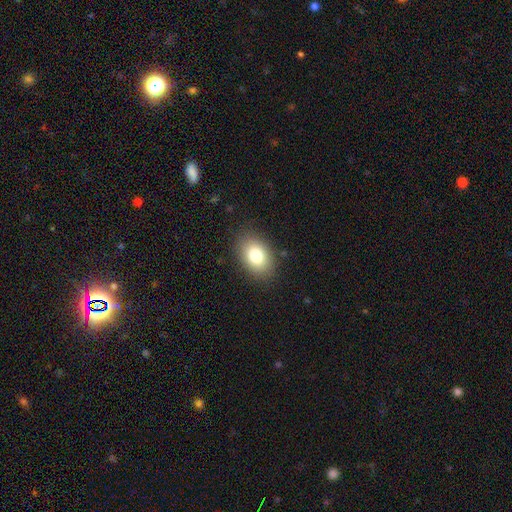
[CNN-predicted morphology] The model was most divided on "how rounded": in between: 83%, round: 15%, cigar-shaped: 1%. More confident: merging — none (85%); smooth or featured — smooth (81%).